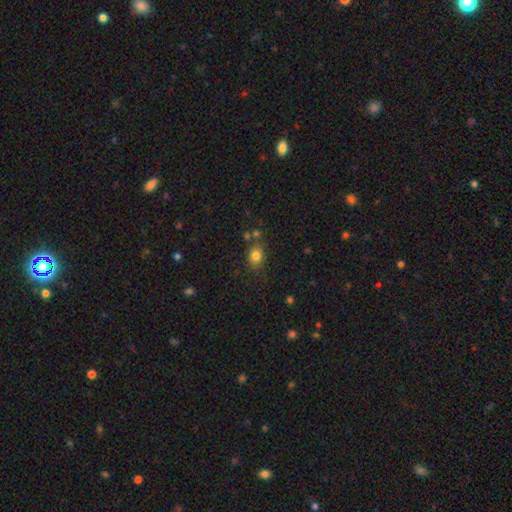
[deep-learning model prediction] smooth_or_featured: smooth (p=0.81) [alt: star or artifact p=0.12]
how_rounded: in between (p=0.52) [alt: round p=0.46]
merging: none (p=0.70) [alt: minor disturbance p=0.16]